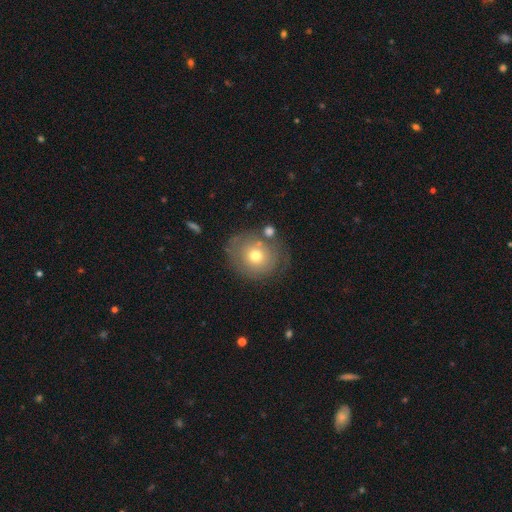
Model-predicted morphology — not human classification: A smooth galaxy with no disk features (60%) that is round (76%). Merging: none (64%).